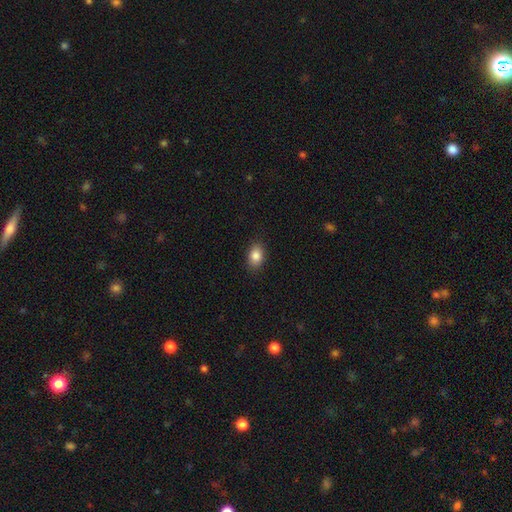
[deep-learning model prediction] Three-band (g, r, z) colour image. It shows a smooth galaxy with no disk features (86%) that is in between round and cigar-shaped (79%). Merging: none (88%).